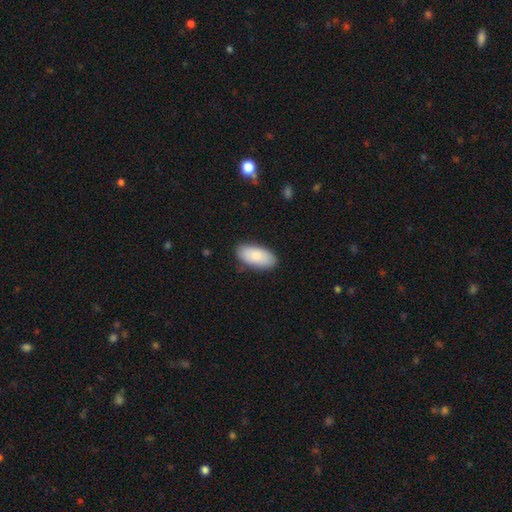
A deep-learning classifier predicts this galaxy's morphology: The model was most divided on "merging": none: 84%, minor disturbance: 12%, major disturbance: 2%, merger: 1%. More confident: how rounded — in between (94%); smooth or featured — smooth (85%).